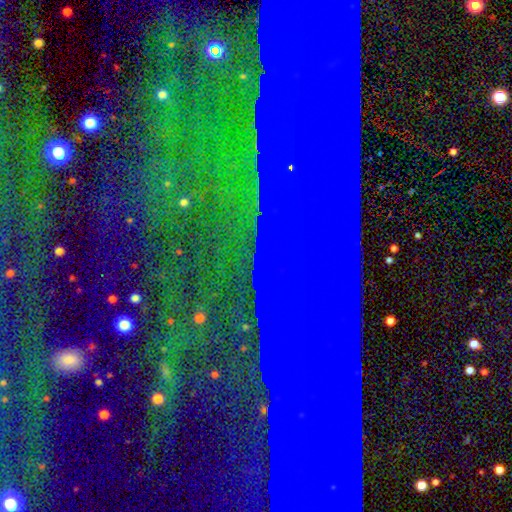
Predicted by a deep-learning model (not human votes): Smooth or featured?
  - star or artifact: 83% *
  - featured or disk: 9%
  - smooth: 8%